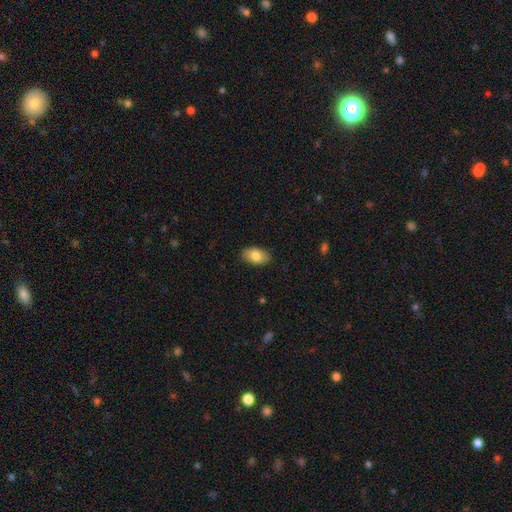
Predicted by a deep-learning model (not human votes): This is clearly a smooth galaxy (81%). How rounded: clearly in between (93%). Merging: clearly none (88%).